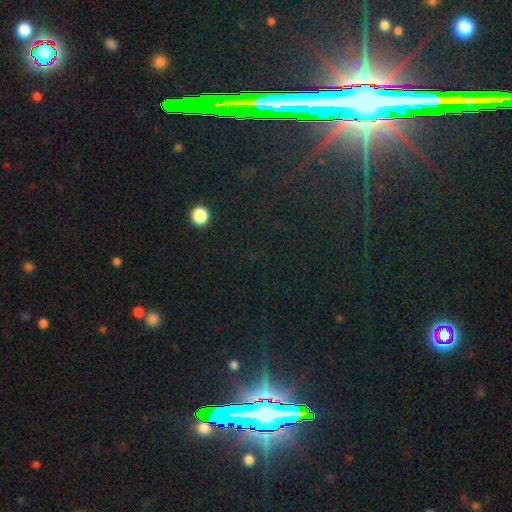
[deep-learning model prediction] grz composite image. It shows a star or artifact, not a galaxy (82%).